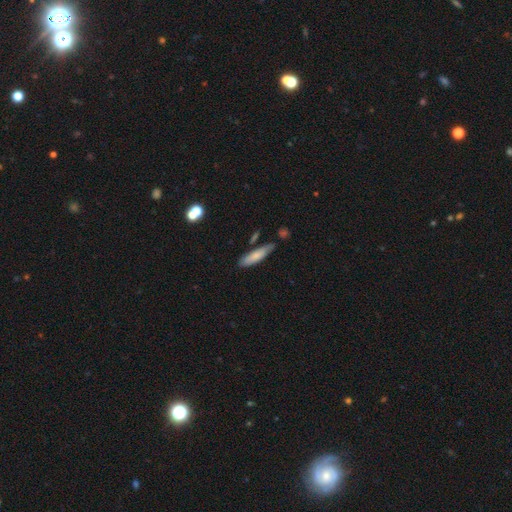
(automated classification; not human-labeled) This is likely a smooth galaxy (76%). How rounded: likely cigar-shaped (72%). Merging: likely none (73%).